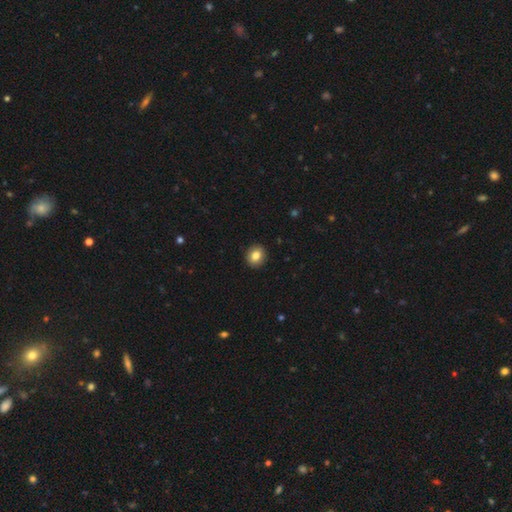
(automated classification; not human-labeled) Smooth or featured? smooth (83%)
How rounded? round (78%)
Merging? none (92%)